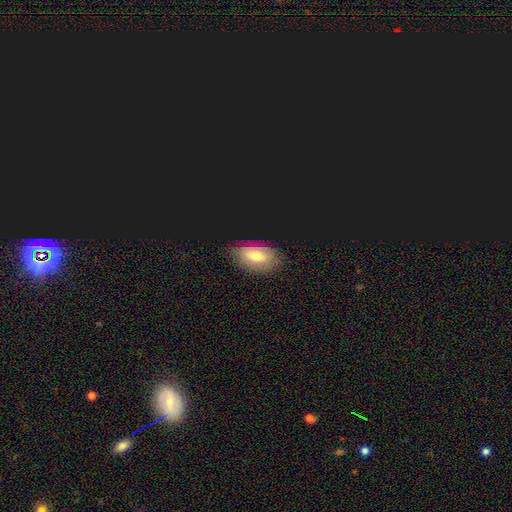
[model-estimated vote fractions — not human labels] smooth-or-featured: smooth: 50% | featured or disk: 27% | star or artifact: 23%
  merging: none: 82% | minor disturbance: 13% | major disturbance: 4% | merger: 1%